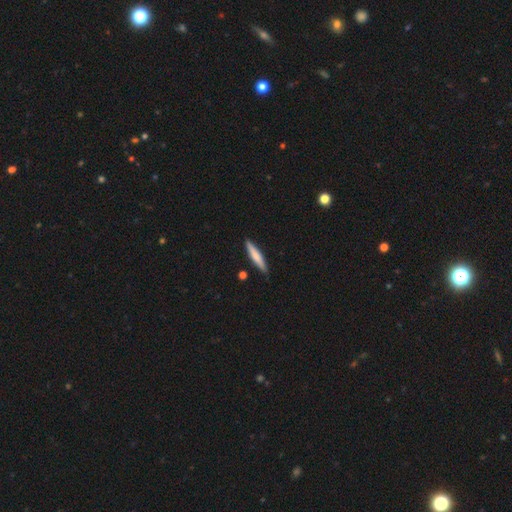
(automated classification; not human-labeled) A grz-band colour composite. It shows a smooth galaxy with no disk features (71%) that is cigar-shaped (90%). Merging: none (88%).